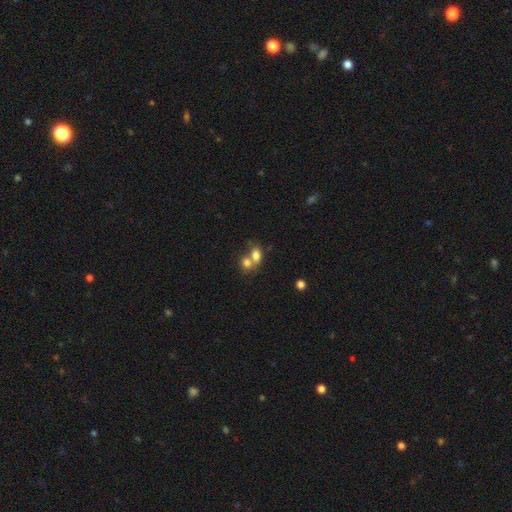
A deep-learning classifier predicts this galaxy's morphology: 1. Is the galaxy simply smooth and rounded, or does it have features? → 76% smooth, 14% featured or disk, 10% star or artifact.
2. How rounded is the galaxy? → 66% in between, 32% round, 2% cigar-shaped.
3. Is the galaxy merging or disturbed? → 62% merger, 26% none, 7% minor disturbance, 4% major disturbance.